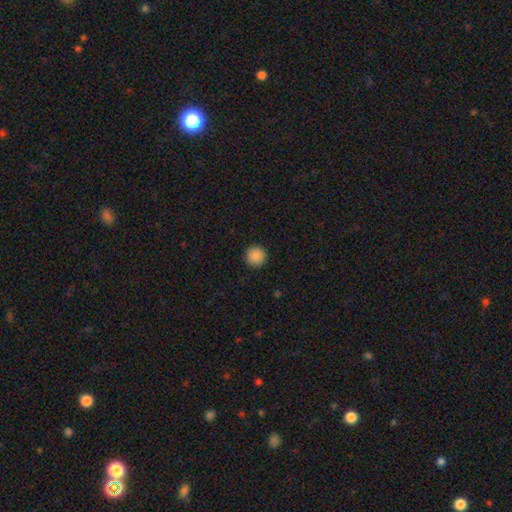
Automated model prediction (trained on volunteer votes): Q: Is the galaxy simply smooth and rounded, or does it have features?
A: smooth — 89%.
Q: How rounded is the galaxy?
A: round — 96%.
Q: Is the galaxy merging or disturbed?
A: none — 93%.